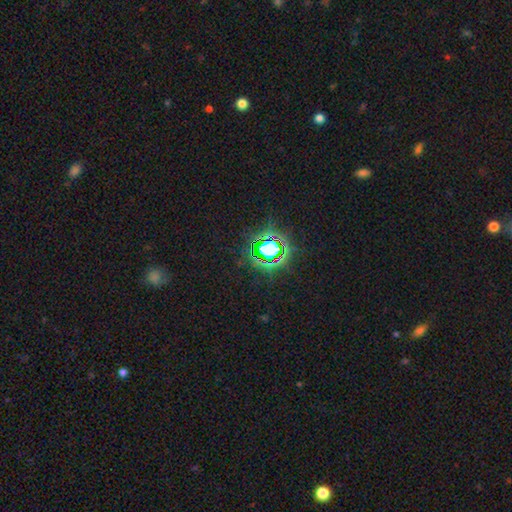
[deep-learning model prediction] A star or artifact, not a galaxy (80%).